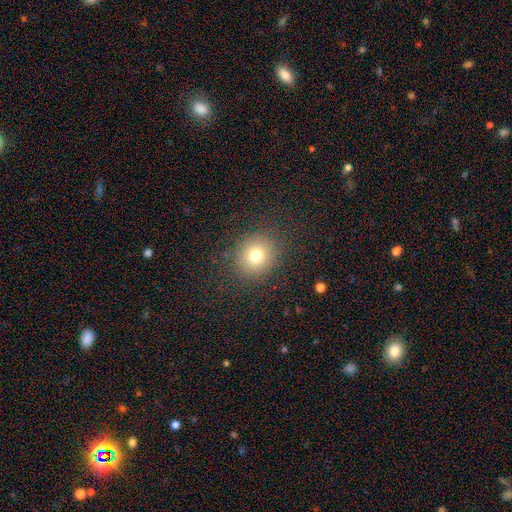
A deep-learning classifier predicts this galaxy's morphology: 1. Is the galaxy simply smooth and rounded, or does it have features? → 75% smooth, 15% star or artifact, 10% featured or disk.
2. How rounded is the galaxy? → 82% round, 17% in between, 1% cigar-shaped.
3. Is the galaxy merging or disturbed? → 87% none, 8% minor disturbance, 4% major disturbance, 1% merger.